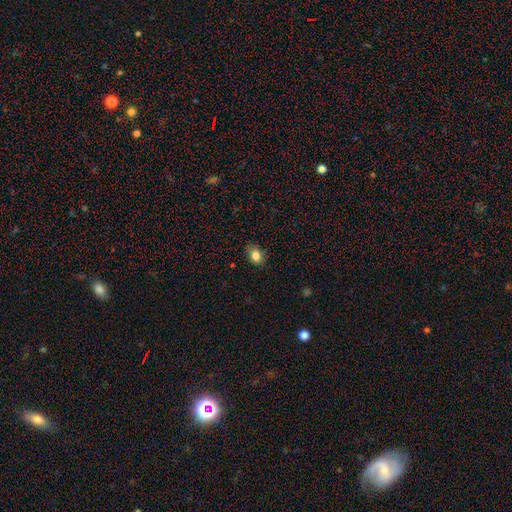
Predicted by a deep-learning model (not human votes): A smooth galaxy with no disk features (82%) that is in between round and cigar-shaped (67%).

Vote fractions:
- Smooth or featured? smooth: 82% / star or artifact: 10% / featured or disk: 7%
- How rounded? in between: 67% / round: 31% / cigar-shaped: 1%
- Merging? none: 82% / minor disturbance: 14% / major disturbance: 3% / merger: 1%